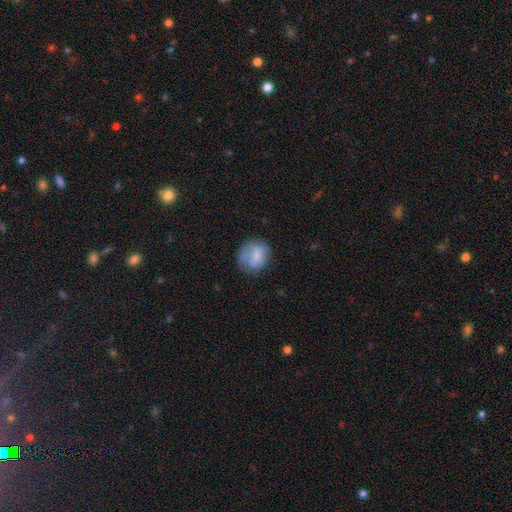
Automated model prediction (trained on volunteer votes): smooth-or-featured: smooth: 68% | featured or disk: 24% | star or artifact: 8%
  how-rounded: round: 64% | in between: 34% | cigar-shaped: 1%
  merging: none: 54% | minor disturbance: 27% | major disturbance: 16% | merger: 3%